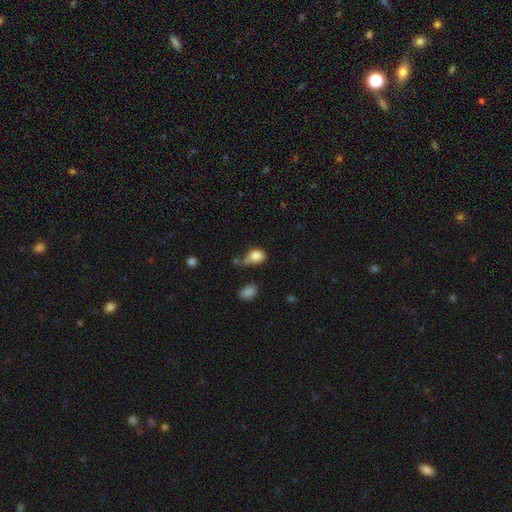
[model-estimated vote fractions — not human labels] A smooth galaxy with no disk features (82%) that is in between round and cigar-shaped (66%).

Vote fractions:
- Smooth or featured? smooth: 82% / star or artifact: 9% / featured or disk: 9%
- How rounded? in between: 66% / round: 32% / cigar-shaped: 2%
- Merging? none: 35% / minor disturbance: 28% / merger: 19% / major disturbance: 18%